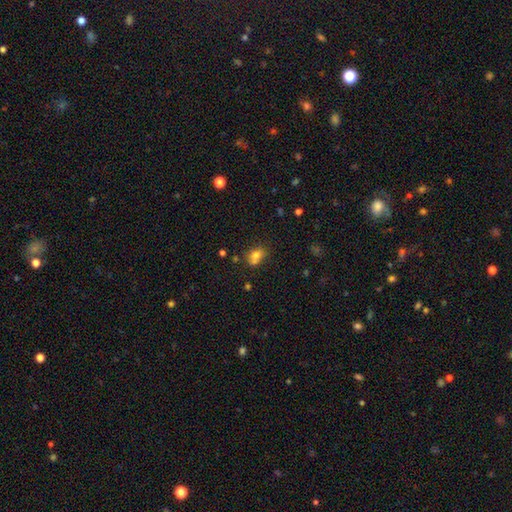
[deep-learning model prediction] The model was most divided on "how rounded": in between: 53%, round: 45%, cigar-shaped: 2%. Remaining: smooth or featured — smooth (72%); merging — none (47%).